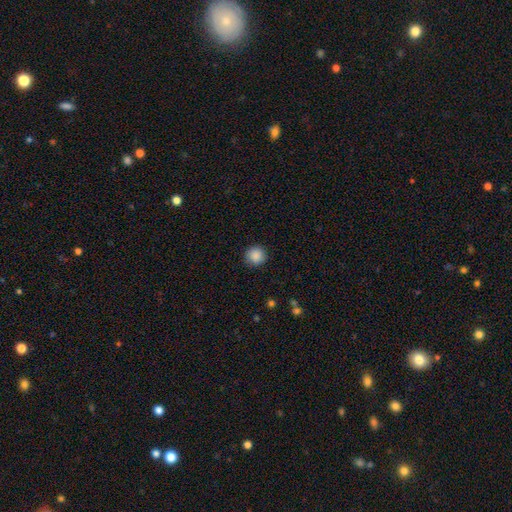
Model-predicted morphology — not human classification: smooth 88%, star or artifact 9%, featured or disk 3%. Down the decision tree: how rounded — round (93%); merging — none (90%).